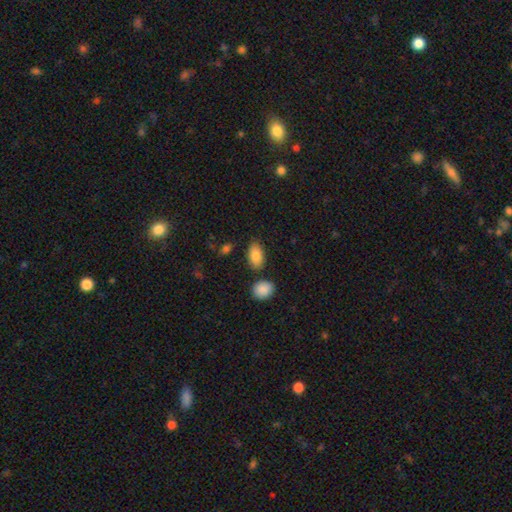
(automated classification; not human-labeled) smooth 87%, star or artifact 7%, featured or disk 6%. Down the decision tree: how rounded — in between (92%); merging — none (79%).